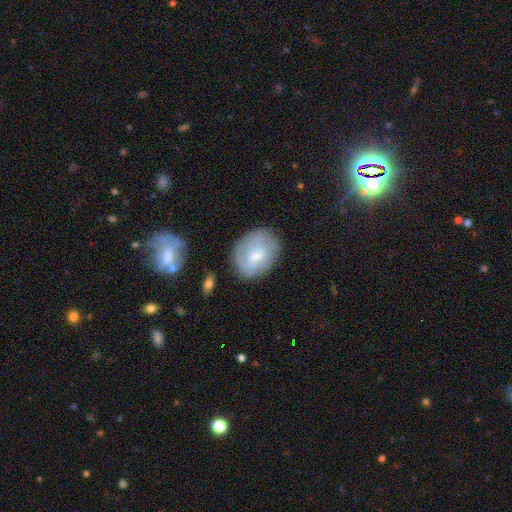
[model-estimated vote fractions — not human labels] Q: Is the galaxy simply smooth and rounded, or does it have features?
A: smooth — 52%.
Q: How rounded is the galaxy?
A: in between — 60%.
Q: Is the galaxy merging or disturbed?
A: none — 70%.